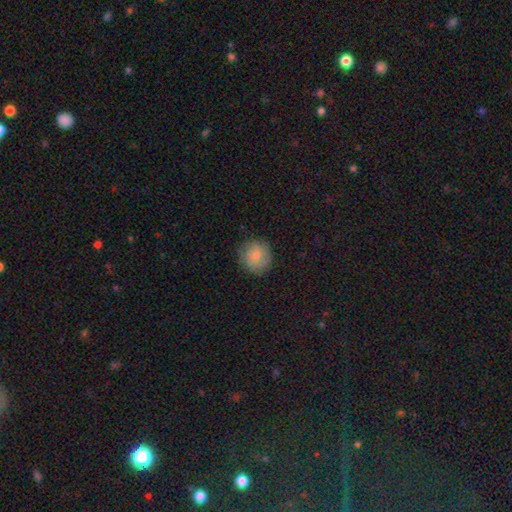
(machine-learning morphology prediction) smooth-or-featured: smooth: 75% | featured or disk: 17% | star or artifact: 7%
  how-rounded: round: 90% | in between: 9% | cigar-shaped: 1%
  merging: none: 81% | minor disturbance: 14% | major disturbance: 4% | merger: 1%